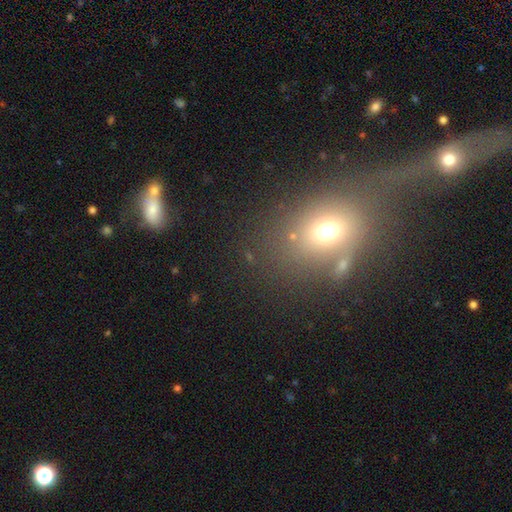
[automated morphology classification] Smooth or featured?
  - smooth: 56% *
  - star or artifact: 26%
  - featured or disk: 19%
How rounded?
  - in between: 52% *
  - round: 45%
  - cigar-shaped: 3%
Merging?
  - none: 53% *
  - merger: 22%
  - minor disturbance: 14%
  - major disturbance: 11%